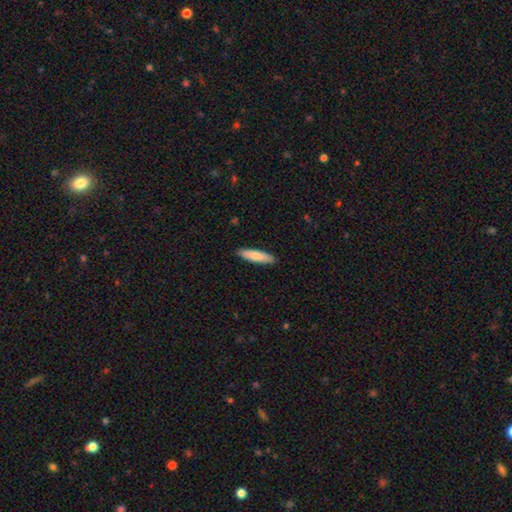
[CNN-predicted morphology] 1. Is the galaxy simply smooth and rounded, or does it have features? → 79% smooth, 16% featured or disk, 5% star or artifact.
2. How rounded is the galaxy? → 71% cigar-shaped, 28% in between, 1% round.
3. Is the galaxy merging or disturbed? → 90% none, 8% minor disturbance, 1% major disturbance, 1% merger.